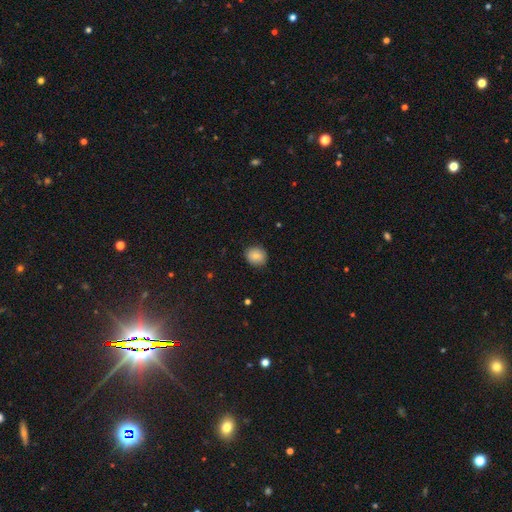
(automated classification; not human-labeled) Q: Smooth or featured?
A: smooth (84%); runner-up: star or artifact (9%)
Q: How rounded?
A: round (72%); runner-up: in between (27%)
Q: Merging?
A: none (85%); runner-up: minor disturbance (11%)